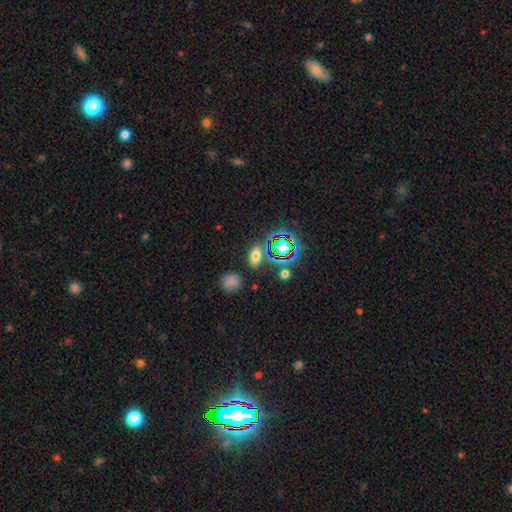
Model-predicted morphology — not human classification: Q: Smooth or featured?
A: smooth (57%); runner-up: star or artifact (30%)
Q: How rounded?
A: in between (80%); runner-up: round (13%)
Q: Merging?
A: none (78%); runner-up: minor disturbance (12%)